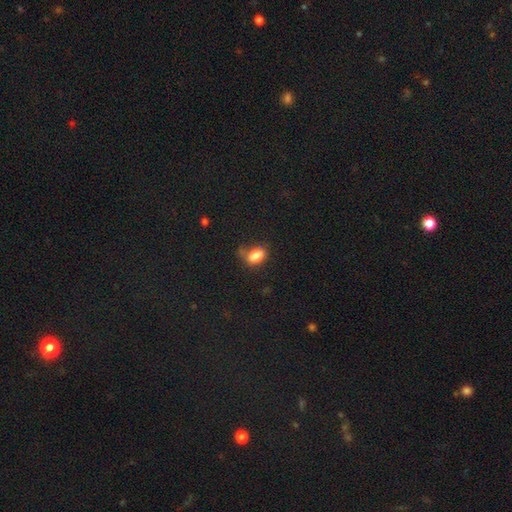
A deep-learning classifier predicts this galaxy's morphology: smooth-or-featured: smooth: 83% | star or artifact: 9% | featured or disk: 8%
  how-rounded: in between: 80% | round: 18% | cigar-shaped: 2%
  merging: none: 54% | minor disturbance: 29% | major disturbance: 11% | merger: 5%